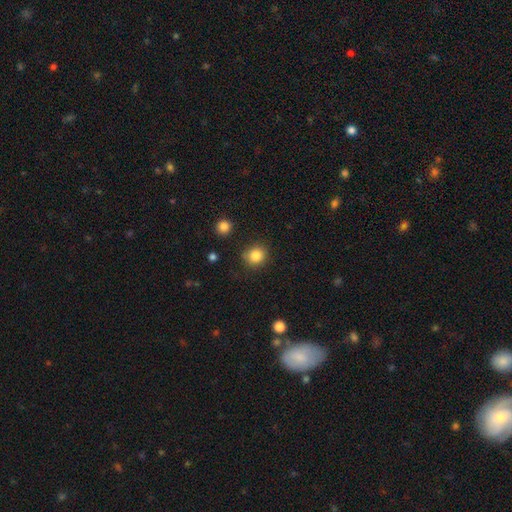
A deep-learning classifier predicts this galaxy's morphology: Overall: smooth (85%). How rounded: round (82%). Merging: none (84%).